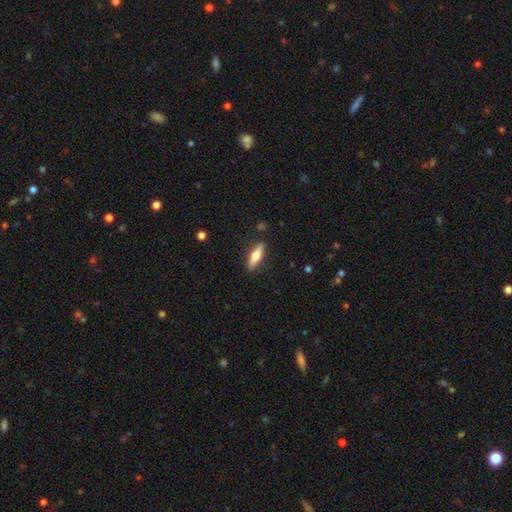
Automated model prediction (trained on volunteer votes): Smooth or featured? smooth (59%)
How rounded? cigar-shaped (61%)
Merging? none (88%)